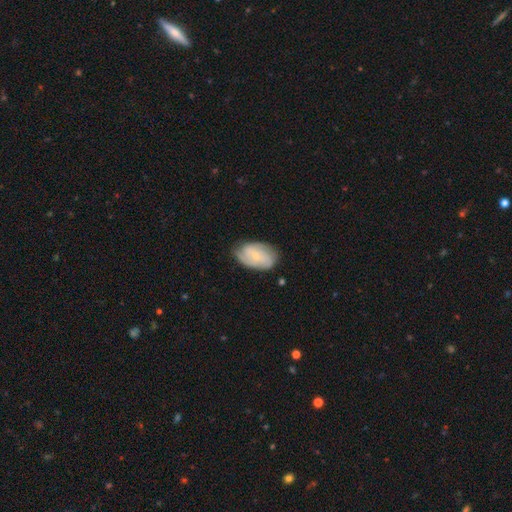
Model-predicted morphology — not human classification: Smooth or featured: featured or disk — 58% (smooth — 36%)
Edge-on disk: no — 96% (yes — 4%)
Bar: no — 60% (weak — 33%)
Spiral arms: yes — 86% (no — 14%)
Bulge size: small — 73% (moderate — 19%)
Merging: none — 69% (minor disturbance — 23%)